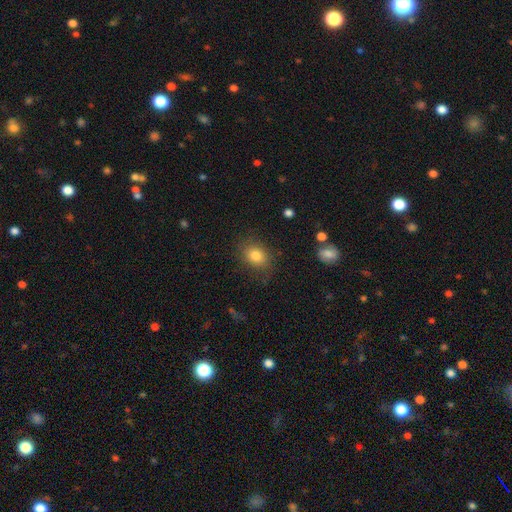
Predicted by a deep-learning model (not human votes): smooth-or-featured: smooth: 82% | star or artifact: 10% | featured or disk: 8%
  how-rounded: in between: 56% | round: 43% | cigar-shaped: 1%
  merging: none: 80% | minor disturbance: 14% | major disturbance: 5% | merger: 2%